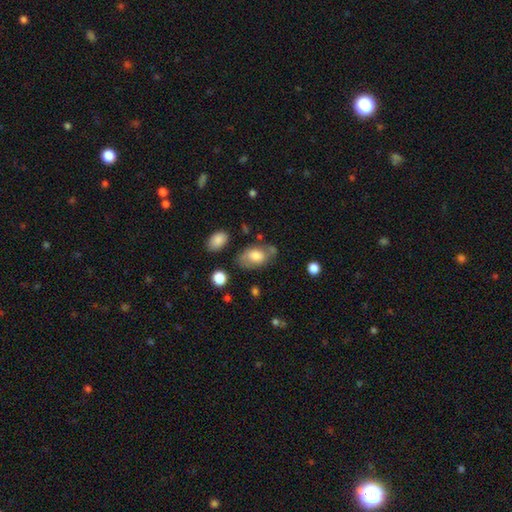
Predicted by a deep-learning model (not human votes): Smooth or featured: smooth — 71% (featured or disk — 21%)
How rounded: in between — 87% (round — 12%)
Merging: none — 56% (minor disturbance — 25%)